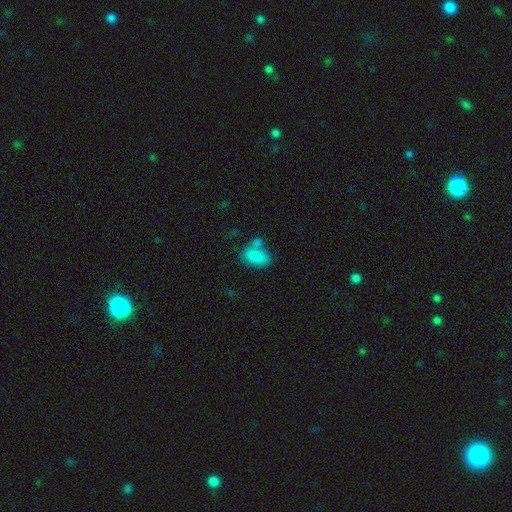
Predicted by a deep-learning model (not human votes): Smooth or featured? Predicted: smooth (p=0.82). How rounded? Predicted: in between (p=0.90). Merging? Predicted: none (p=0.45).